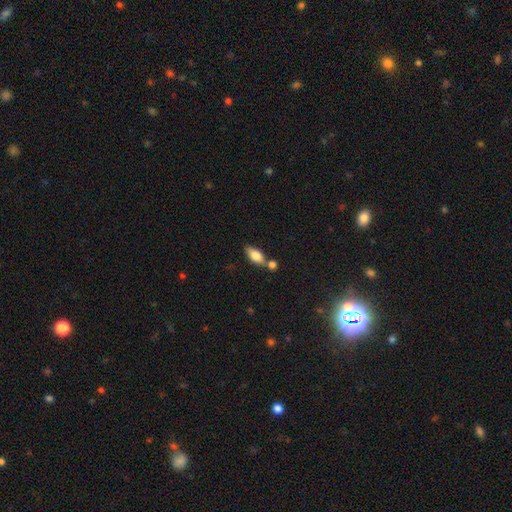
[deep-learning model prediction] Smooth or featured? Predicted: smooth (p=0.76). How rounded? Predicted: in between (p=0.82). Merging? Predicted: none (p=0.56).